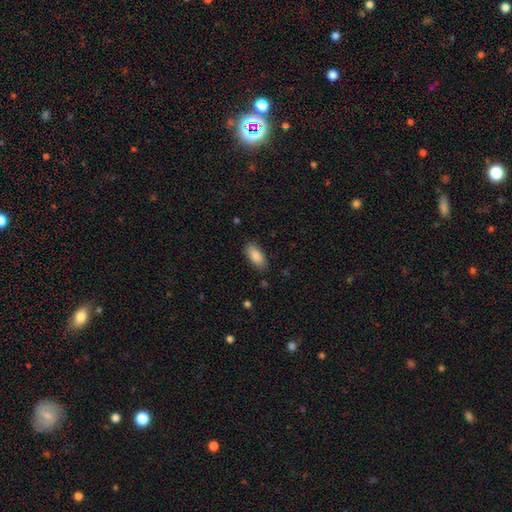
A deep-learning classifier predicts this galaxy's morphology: A smooth galaxy with no disk features (88%) that is in between round and cigar-shaped (90%).

Vote fractions:
- Smooth or featured? smooth: 88% / star or artifact: 6% / featured or disk: 5%
- How rounded? in between: 90% / cigar-shaped: 8% / round: 2%
- Merging? none: 84% / minor disturbance: 12% / major disturbance: 3% / merger: 1%